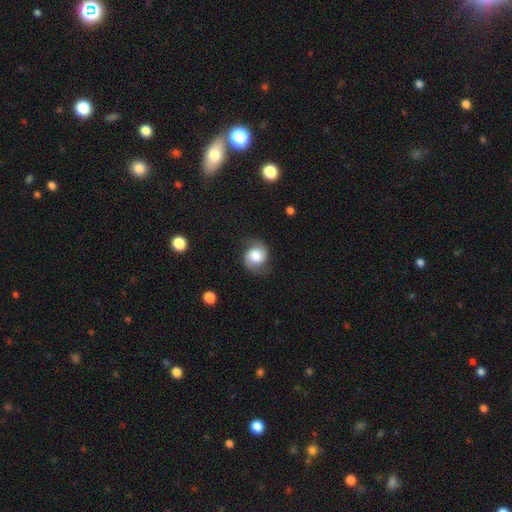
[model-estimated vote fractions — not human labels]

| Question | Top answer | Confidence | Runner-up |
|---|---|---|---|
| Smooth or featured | featured or disk | 46% | smooth (45%) |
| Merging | none | 69% | minor disturbance (21%) |